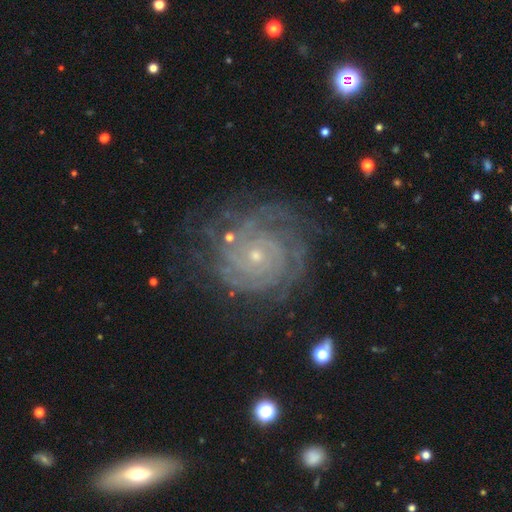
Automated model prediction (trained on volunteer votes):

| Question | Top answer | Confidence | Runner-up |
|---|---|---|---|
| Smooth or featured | featured or disk | 85% | star or artifact (8%) |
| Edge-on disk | no | 97% | yes (3%) |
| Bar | no | 80% | weak (15%) |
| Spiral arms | yes | 97% | no (3%) |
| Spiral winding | tight | 83% | medium (15%) |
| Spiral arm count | can't tell | 30% | 2 (17%) |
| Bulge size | small | 82% | moderate (14%) |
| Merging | none | 75% | minor disturbance (16%) |